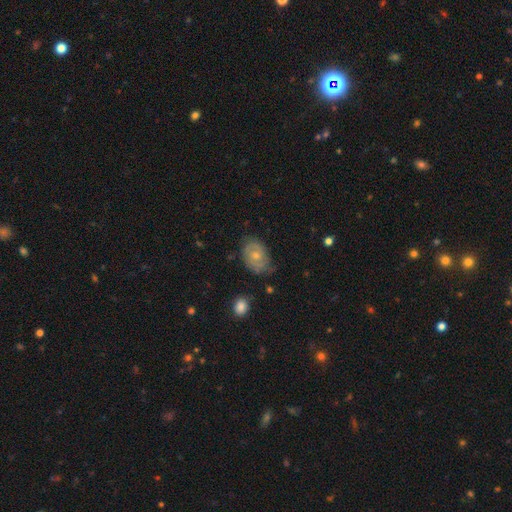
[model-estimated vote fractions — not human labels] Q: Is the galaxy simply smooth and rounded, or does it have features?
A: featured or disk — 62%.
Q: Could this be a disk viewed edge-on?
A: no — 96%.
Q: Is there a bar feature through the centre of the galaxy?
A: no — 72%.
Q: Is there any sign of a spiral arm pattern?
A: yes — 79%.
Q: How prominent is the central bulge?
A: moderate — 51%.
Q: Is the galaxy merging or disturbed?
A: none — 65%.